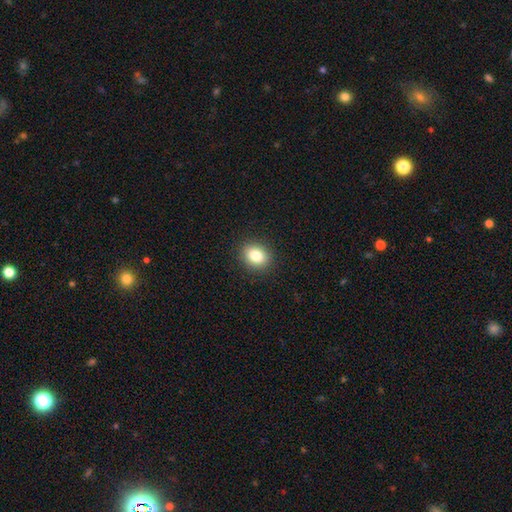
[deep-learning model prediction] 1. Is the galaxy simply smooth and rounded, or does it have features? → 83% smooth, 10% star or artifact, 7% featured or disk.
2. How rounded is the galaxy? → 56% round, 43% in between, 1% cigar-shaped.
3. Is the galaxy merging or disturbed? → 90% none, 7% minor disturbance, 2% major disturbance, 1% merger.